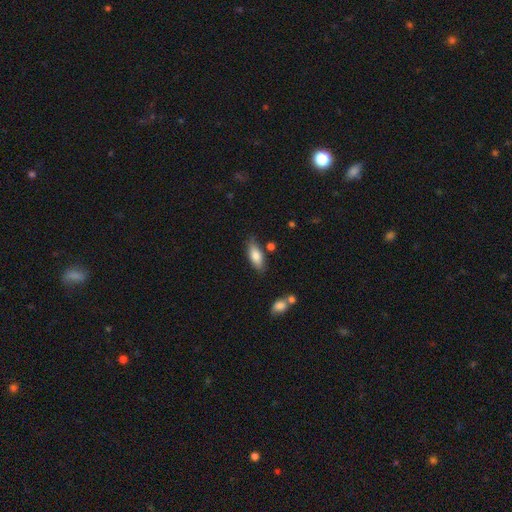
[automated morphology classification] smooth-or-featured: smooth: 79% | featured or disk: 14% | star or artifact: 7%
  how-rounded: in between: 78% | cigar-shaped: 20% | round: 2%
  merging: none: 76% | minor disturbance: 16% | merger: 5% | major disturbance: 3%